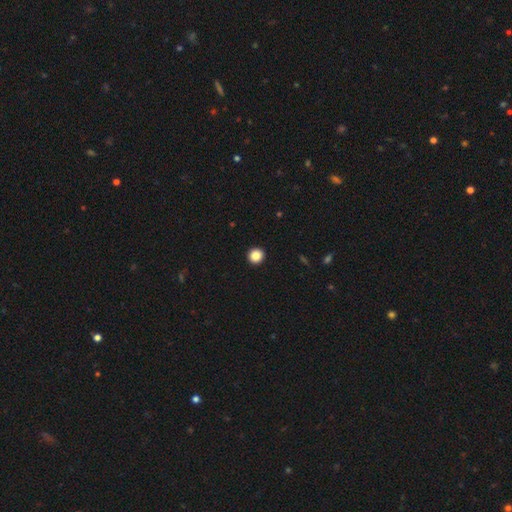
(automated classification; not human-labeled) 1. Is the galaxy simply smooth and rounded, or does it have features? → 86% smooth, 10% star or artifact, 4% featured or disk.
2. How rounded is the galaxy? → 93% round, 6% in between, 1% cigar-shaped.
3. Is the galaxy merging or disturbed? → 94% none, 4% minor disturbance, 1% major disturbance, 1% merger.